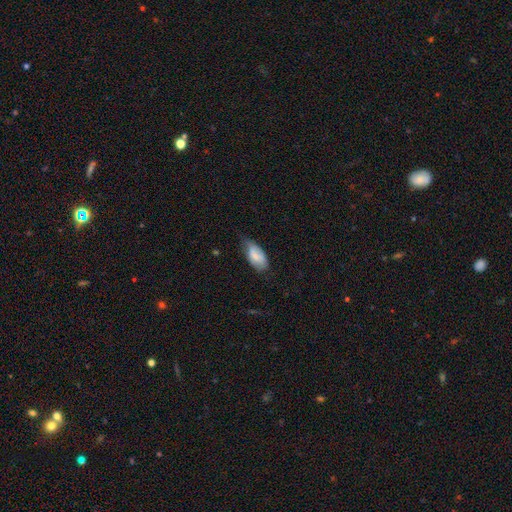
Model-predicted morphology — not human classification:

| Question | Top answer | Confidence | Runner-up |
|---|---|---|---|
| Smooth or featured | smooth | 70% | featured or disk (24%) |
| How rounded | in between | 93% | cigar-shaped (4%) |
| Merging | none | 51% | minor disturbance (38%) |